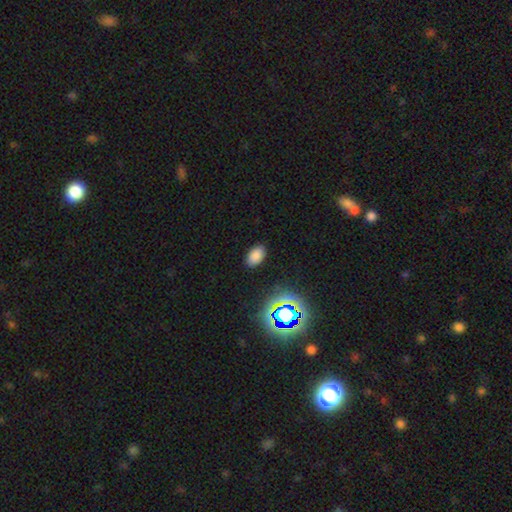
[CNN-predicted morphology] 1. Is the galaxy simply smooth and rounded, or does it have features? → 78% smooth, 17% star or artifact, 5% featured or disk.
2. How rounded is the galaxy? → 91% in between, 8% round, 1% cigar-shaped.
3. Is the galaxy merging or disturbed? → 87% none, 9% minor disturbance, 3% major disturbance, 1% merger.